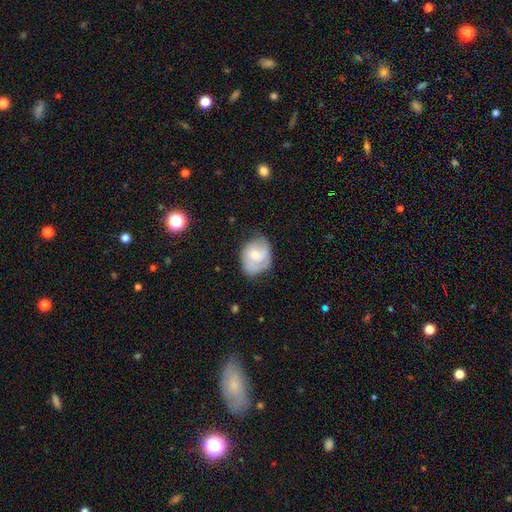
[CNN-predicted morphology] A featured or disk galaxy (61%) with no bar (66%), 2 (55%) medium (44%) spiral arms (87%) and a moderate central bulge (49%). Merging: none (60%).